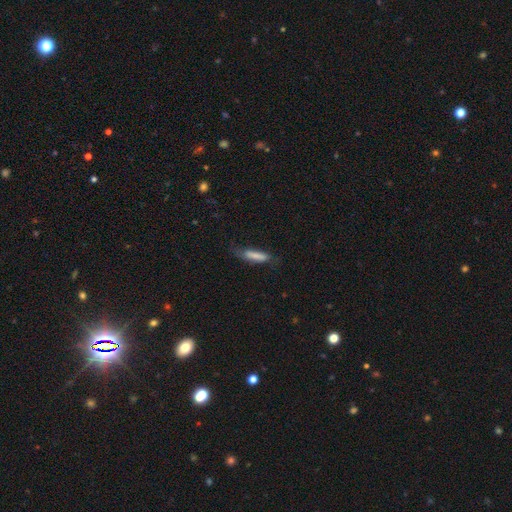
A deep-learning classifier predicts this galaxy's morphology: Smooth or featured? smooth (75%)
How rounded? cigar-shaped (76%)
Merging? none (58%)